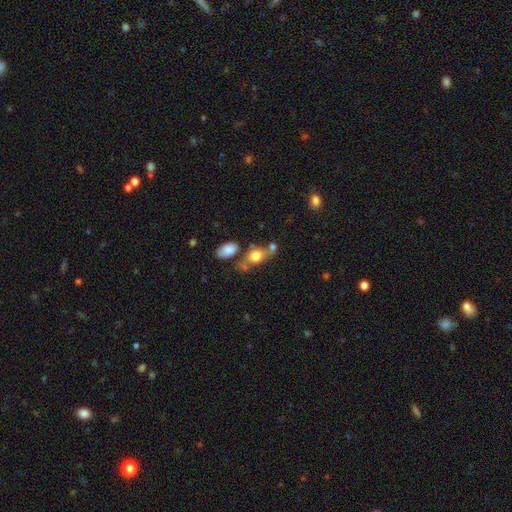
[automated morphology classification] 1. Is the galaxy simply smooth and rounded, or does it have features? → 70% smooth, 20% featured or disk, 10% star or artifact.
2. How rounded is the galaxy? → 65% in between, 29% round, 6% cigar-shaped.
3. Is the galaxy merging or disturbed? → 45% none, 32% merger, 15% minor disturbance, 8% major disturbance.